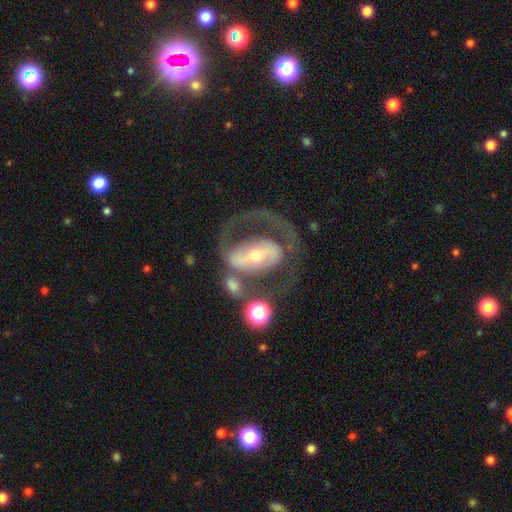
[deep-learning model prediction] This appears to be a featured or disk galaxy (78%) with a strong bar (49%), spiral arms (67%) and a moderate central bulge (47%). Merging: none (39%).